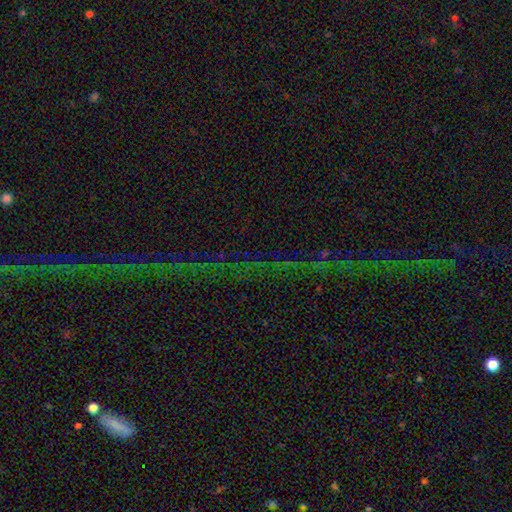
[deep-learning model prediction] Q: Smooth or featured?
A: star or artifact (78%); runner-up: smooth (14%)